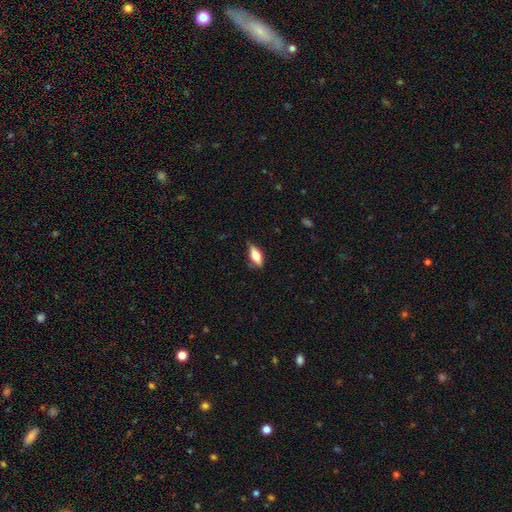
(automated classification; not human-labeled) Overall: smooth (68%). How rounded: in between (79%). Merging: none (75%).